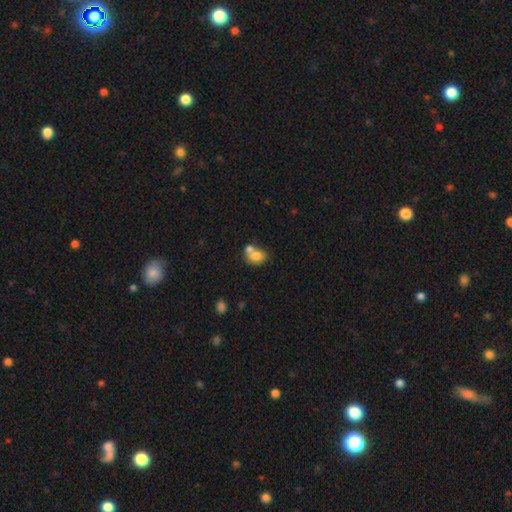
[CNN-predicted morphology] type=smooth (76%); roundness=in between (54%); merging=merger (50%).